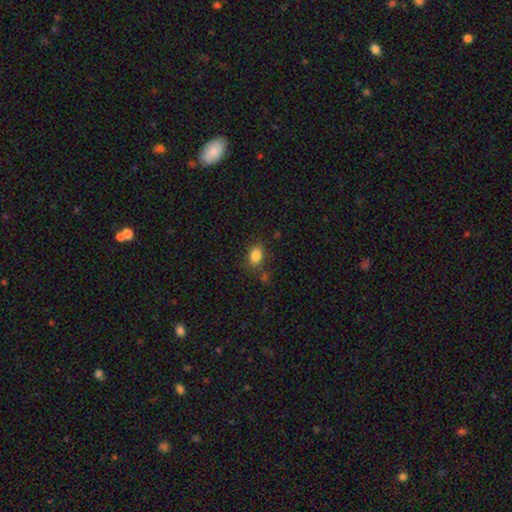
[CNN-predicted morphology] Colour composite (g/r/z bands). It shows a smooth galaxy with no disk features (84%) that is in between round and cigar-shaped (72%). Merging: none (73%).